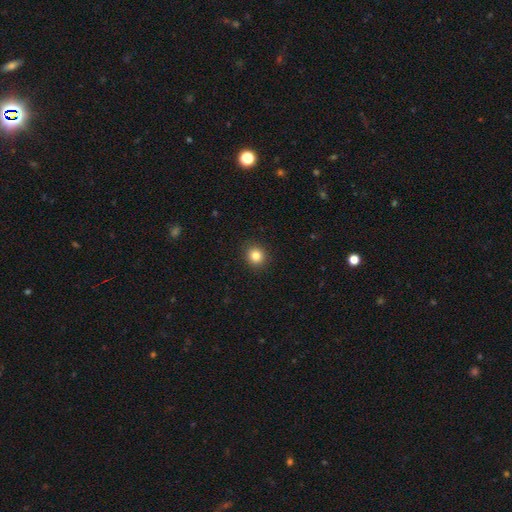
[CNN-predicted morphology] smooth_or_featured: smooth (p=0.84) [alt: star or artifact p=0.11]
how_rounded: round (p=0.88) [alt: in between p=0.11]
merging: none (p=0.92) [alt: minor disturbance p=0.06]